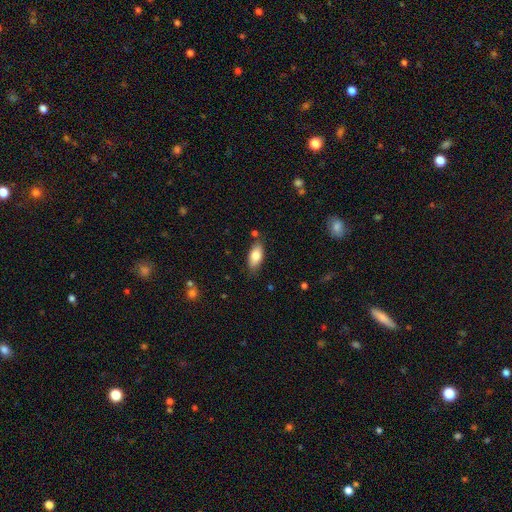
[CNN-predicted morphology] Overall: smooth (80%). How rounded: in between (89%). Merging: none (80%).